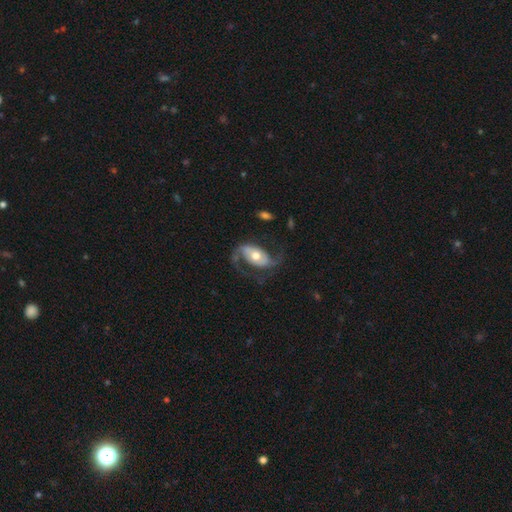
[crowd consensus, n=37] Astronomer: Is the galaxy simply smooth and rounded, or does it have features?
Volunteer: featured or disk — 81%.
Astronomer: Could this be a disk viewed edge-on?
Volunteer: no — 100%.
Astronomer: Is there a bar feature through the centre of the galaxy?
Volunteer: no — 60%.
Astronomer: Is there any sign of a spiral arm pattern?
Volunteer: yes — 97%.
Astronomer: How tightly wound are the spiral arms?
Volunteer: medium — 48% (runner-up: loose, 34%).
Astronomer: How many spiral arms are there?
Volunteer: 2 — 97%.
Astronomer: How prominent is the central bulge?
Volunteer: moderate — 70%.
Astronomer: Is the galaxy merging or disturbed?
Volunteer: none — 57%.